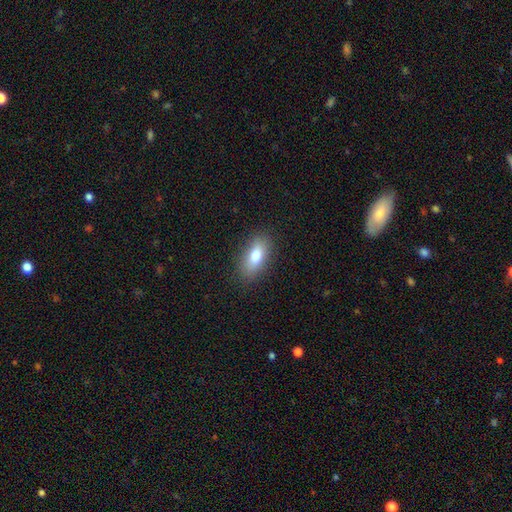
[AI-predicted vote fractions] The model was most divided on "smooth or featured": smooth: 79%, featured or disk: 13%, star or artifact: 8%. More confident: merging — none (85%); how rounded — in between (82%).